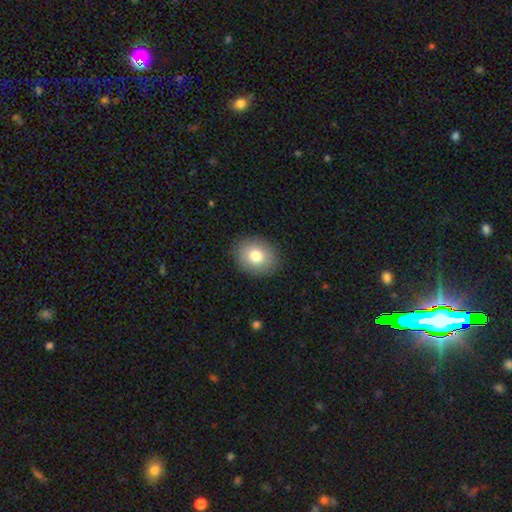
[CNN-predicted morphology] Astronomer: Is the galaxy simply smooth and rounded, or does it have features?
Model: smooth — 80%.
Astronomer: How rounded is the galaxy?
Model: round — 56% (runner-up: in between, 43%).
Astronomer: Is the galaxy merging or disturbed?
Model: none — 88%.